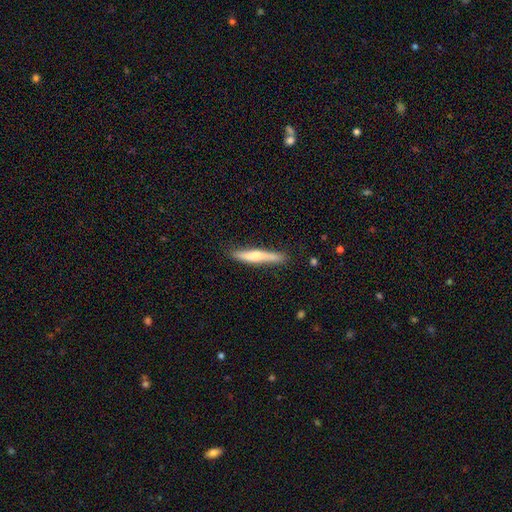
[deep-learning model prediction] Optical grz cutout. It shows a smooth galaxy with no disk features (58%) that is cigar-shaped (92%). Merging: none (80%).